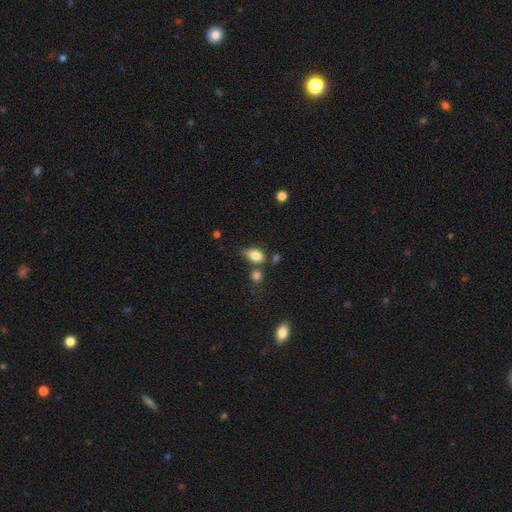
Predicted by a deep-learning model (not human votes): A smooth galaxy with no disk features (81%) that is in between round and cigar-shaped (81%).

Vote fractions:
- Smooth or featured? smooth: 81% / star or artifact: 10% / featured or disk: 10%
- How rounded? in between: 81% / round: 16% / cigar-shaped: 3%
- Merging? none: 50% / minor disturbance: 27% / merger: 14% / major disturbance: 9%